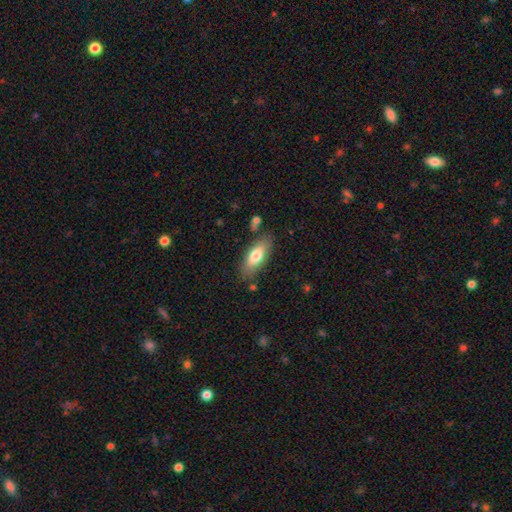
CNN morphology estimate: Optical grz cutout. It shows a smooth galaxy with no disk features (72%) that is in between round and cigar-shaped (76%). Merging: none (79%).